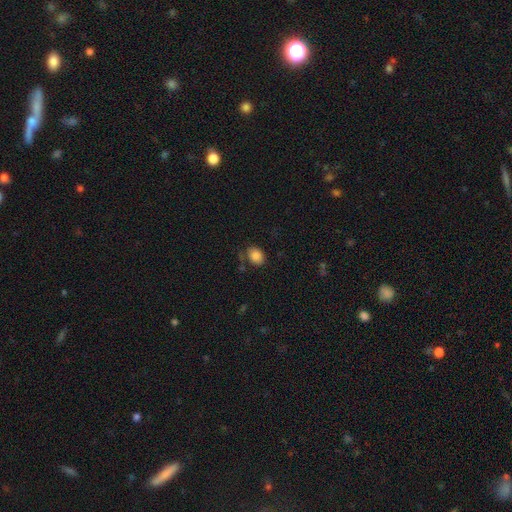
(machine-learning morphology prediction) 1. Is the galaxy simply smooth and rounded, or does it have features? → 85% smooth, 9% star or artifact, 5% featured or disk.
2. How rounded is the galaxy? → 67% in between, 32% round, 1% cigar-shaped.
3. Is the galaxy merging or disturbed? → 73% none, 17% minor disturbance, 5% major disturbance, 5% merger.